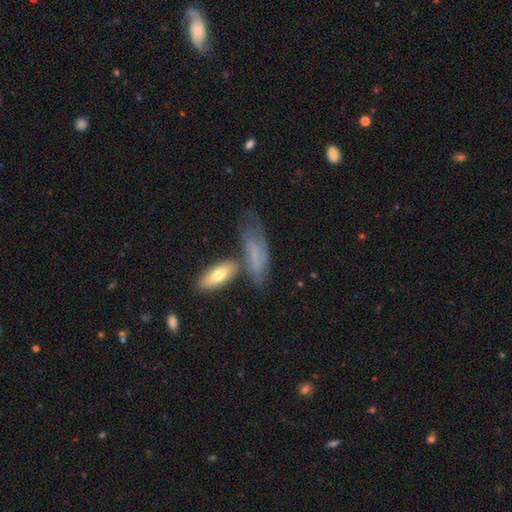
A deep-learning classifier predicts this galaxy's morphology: smooth-or-featured: smooth: 57% | featured or disk: 34% | star or artifact: 9%
  how-rounded: in between: 56% | cigar-shaped: 41% | round: 3%
  merging: none: 47% | minor disturbance: 24% | merger: 18% | major disturbance: 12%